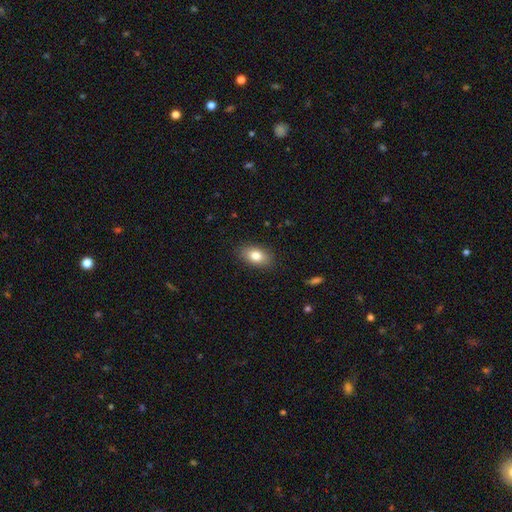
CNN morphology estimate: Smooth or featured?
  - smooth: 81% *
  - featured or disk: 11%
  - star or artifact: 8%
How rounded?
  - in between: 89% *
  - round: 8%
  - cigar-shaped: 2%
Merging?
  - none: 87% *
  - minor disturbance: 9%
  - major disturbance: 2%
  - merger: 1%